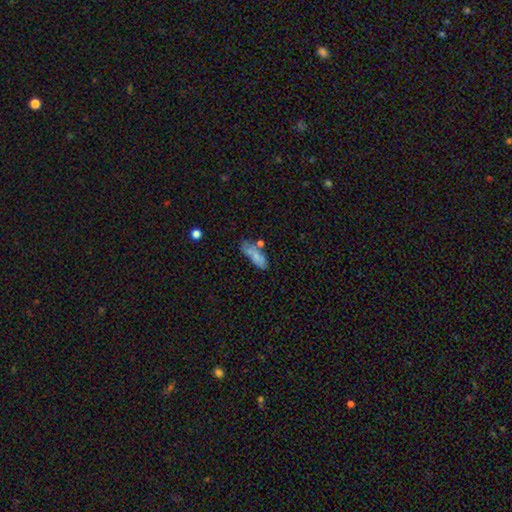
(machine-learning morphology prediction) Q: Smooth or featured?
A: smooth (70%); runner-up: featured or disk (21%)
Q: How rounded?
A: in between (67%); runner-up: cigar-shaped (30%)
Q: Merging?
A: none (49%); runner-up: minor disturbance (24%)